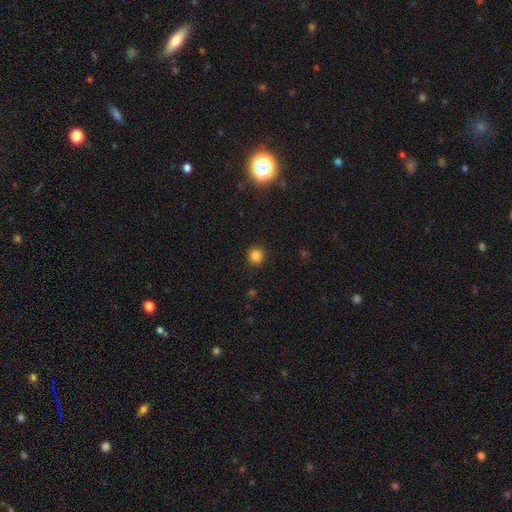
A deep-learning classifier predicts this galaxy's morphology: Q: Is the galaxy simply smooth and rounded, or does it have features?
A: smooth — 84%.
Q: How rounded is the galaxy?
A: round — 92%.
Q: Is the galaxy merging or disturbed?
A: none — 91%.